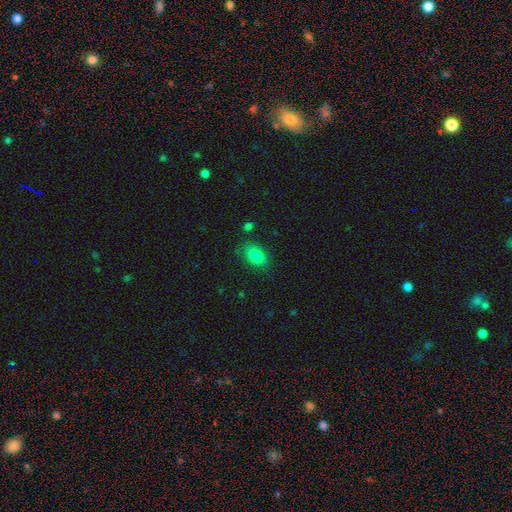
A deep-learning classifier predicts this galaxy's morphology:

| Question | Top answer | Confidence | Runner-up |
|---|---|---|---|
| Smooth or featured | smooth | 84% | star or artifact (10%) |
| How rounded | in between | 86% | round (11%) |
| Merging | none | 76% | minor disturbance (16%) |